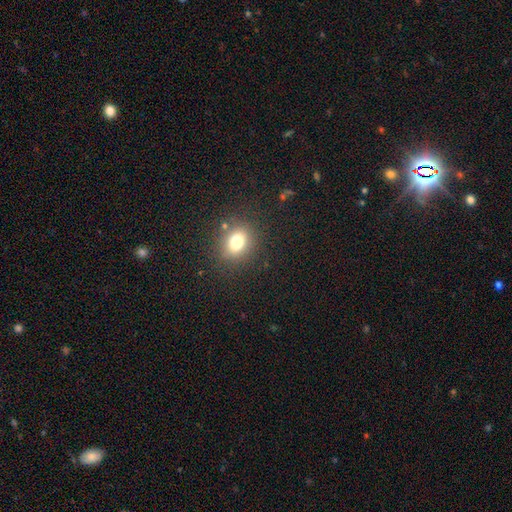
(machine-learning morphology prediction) Overall: smooth (63%; star or artifact 30%). How rounded: round (83%). Merging: none (91%).